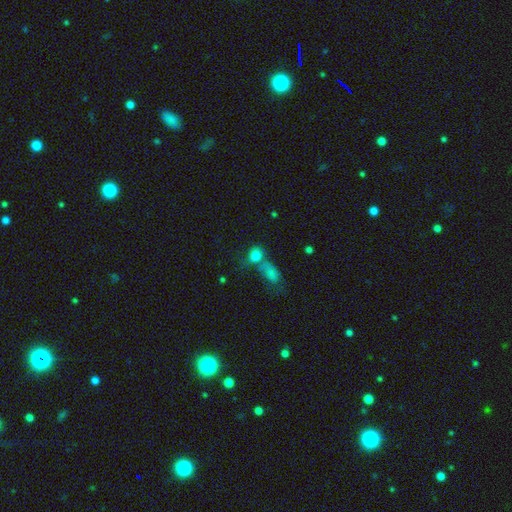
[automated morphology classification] Smooth or featured? smooth (79%)
How rounded? round (56%)
Merging? merger (47%)